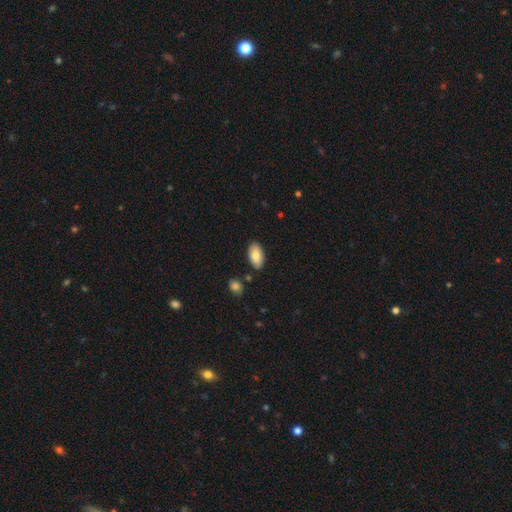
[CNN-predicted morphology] smooth_or_featured: smooth (p=0.83) [alt: featured or disk p=0.11]
how_rounded: in between (p=0.94) [alt: cigar-shaped p=0.03]
merging: none (p=0.85) [alt: minor disturbance p=0.10]